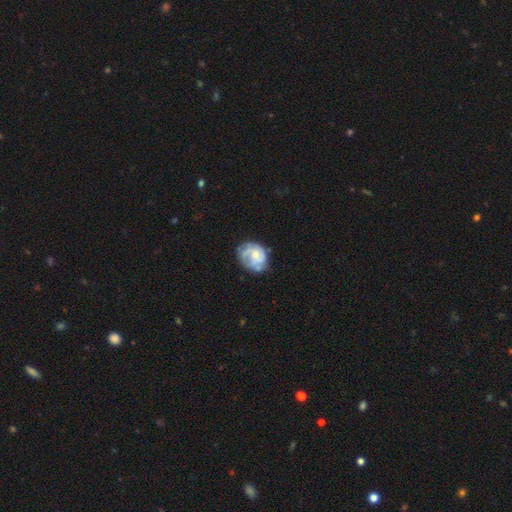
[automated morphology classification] smooth_or_featured: featured or disk (p=0.65) [alt: smooth p=0.28]
disk_edge_on: no (p=0.98) [alt: yes p=0.02]
bar: no (p=0.69) [alt: weak p=0.27]
has_spiral_arms: yes (p=0.81) [alt: no p=0.19]
spiral_winding: tight (p=0.50) [alt: medium p=0.37]
spiral_arm_count: can't tell (p=0.34) [alt: 2 p=0.29]
bulge_size: moderate (p=0.42) [tied with: small p=0.42]
merging: none (p=0.60) [alt: minor disturbance p=0.26]